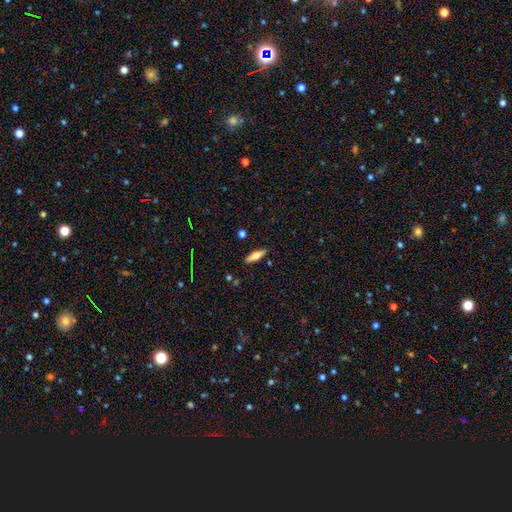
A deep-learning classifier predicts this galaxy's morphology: A smooth galaxy with no disk features (61%) that is cigar-shaped (50%).

Vote fractions:
- Smooth or featured? smooth: 61% / featured or disk: 33% / star or artifact: 7%
- How rounded? cigar-shaped: 50% / in between: 48% / round: 2%
- Merging? none: 88% / minor disturbance: 9% / major disturbance: 2% / merger: 2%